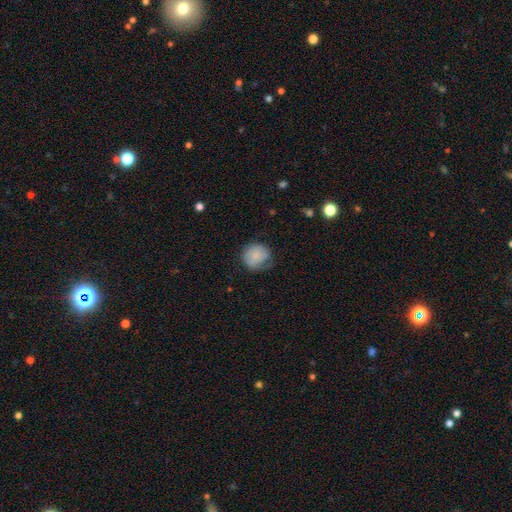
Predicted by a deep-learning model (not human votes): smooth 77%, featured or disk 16%, star or artifact 7%. Down the decision tree: how rounded — round (85%); merging — none (55%).